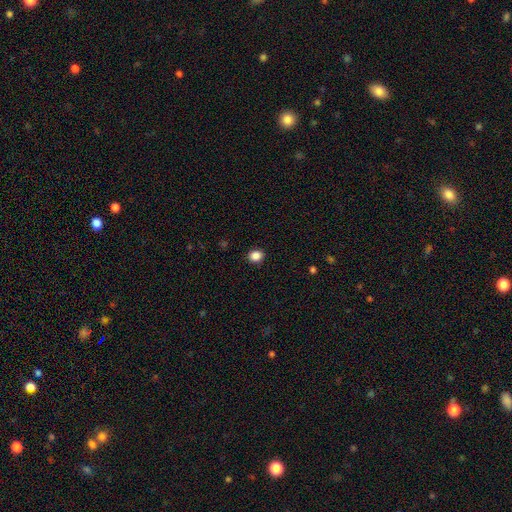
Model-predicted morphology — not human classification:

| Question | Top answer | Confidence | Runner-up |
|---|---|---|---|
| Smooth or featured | smooth | 86% | star or artifact (11%) |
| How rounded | round | 72% | in between (27%) |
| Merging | none | 91% | minor disturbance (7%) |